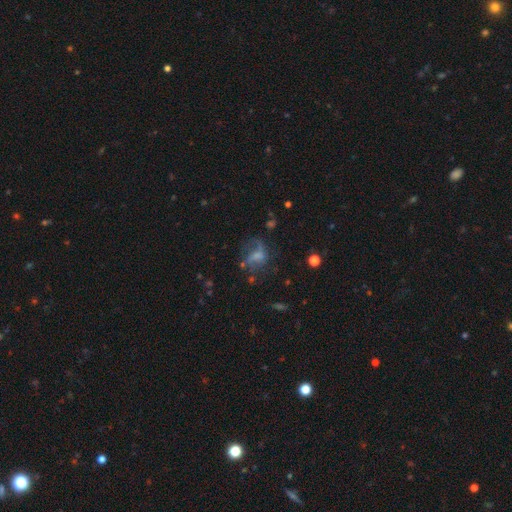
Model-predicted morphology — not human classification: A featured or disk galaxy (49%). Merging: none (48%).